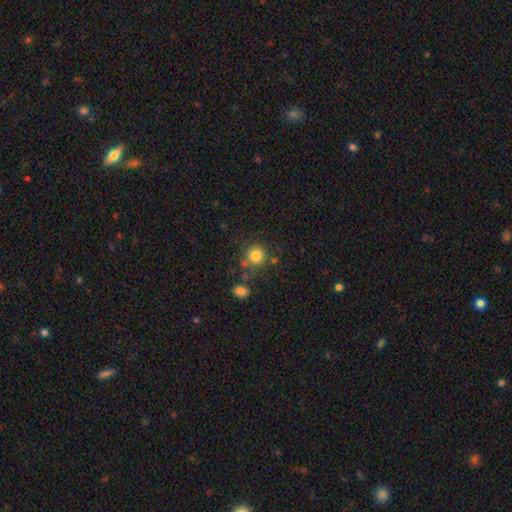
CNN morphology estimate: smooth_or_featured: smooth (p=0.82) [alt: star or artifact p=0.12]
how_rounded: round (p=0.90) [alt: in between p=0.09]
merging: none (p=0.72) [alt: minor disturbance p=0.12]